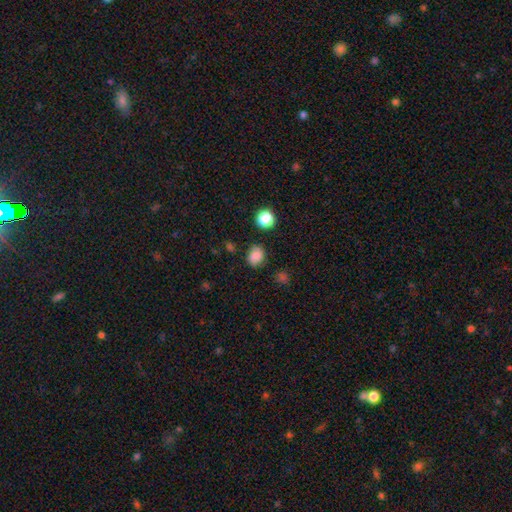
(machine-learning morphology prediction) A smooth galaxy with no disk features (74%) that is round (58%).

Vote fractions:
- Smooth or featured? smooth: 74% / star or artifact: 13% / featured or disk: 13%
- How rounded? round: 58% / in between: 40% / cigar-shaped: 1%
- Merging? none: 73% / minor disturbance: 19% / major disturbance: 6% / merger: 3%